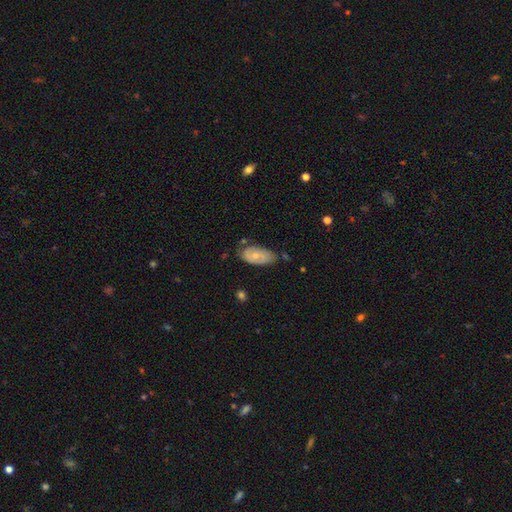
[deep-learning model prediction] Smooth or featured?
  - featured or disk: 49% *
  - smooth: 45%
  - star or artifact: 6%
Merging?
  - none: 53% *
  - minor disturbance: 34%
  - major disturbance: 9%
  - merger: 4%